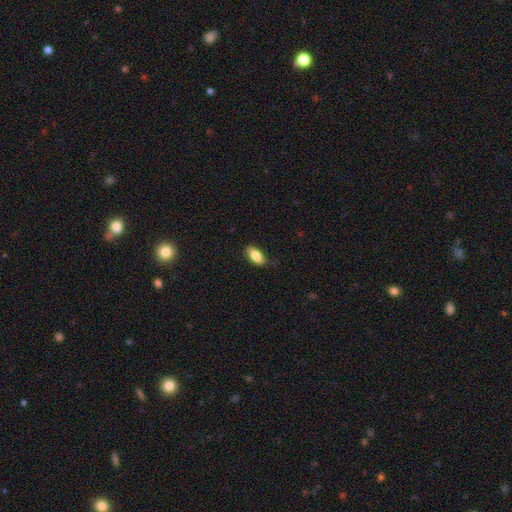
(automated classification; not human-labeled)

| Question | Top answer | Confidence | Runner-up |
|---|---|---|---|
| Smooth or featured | smooth | 83% | featured or disk (10%) |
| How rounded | in between | 90% | cigar-shaped (7%) |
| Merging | none | 77% | minor disturbance (18%) |